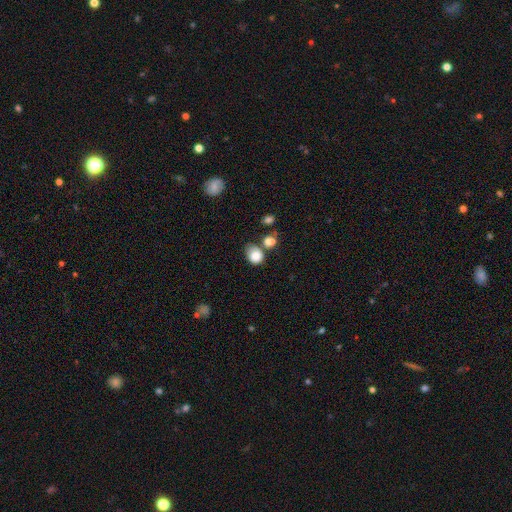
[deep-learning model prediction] A smooth galaxy with no disk features (83%) that is round (56%). Merging: none (48%).